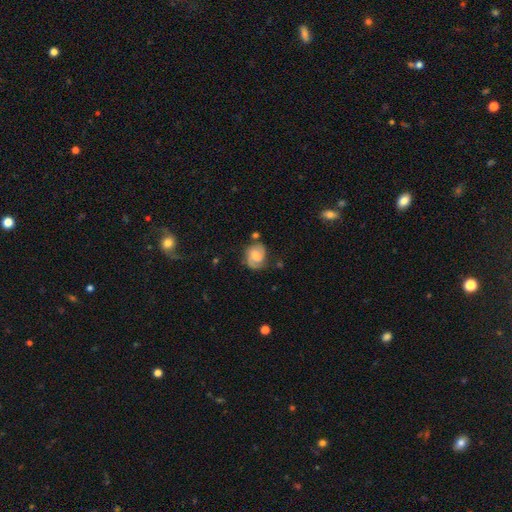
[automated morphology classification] smooth_or_featured: featured or disk (p=0.46) [alt: smooth p=0.45]
merging: none (p=0.66) [alt: minor disturbance p=0.22]